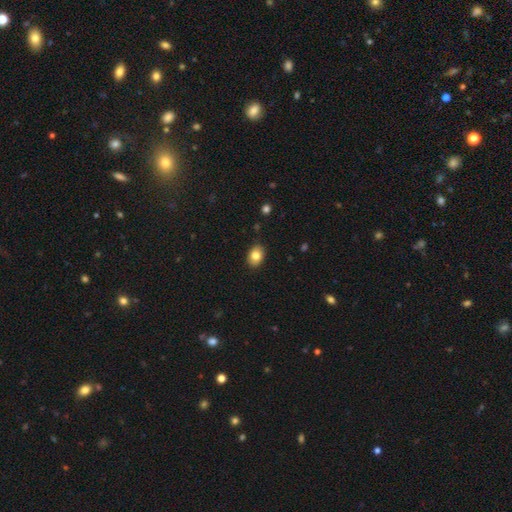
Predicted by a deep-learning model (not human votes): This is clearly a smooth galaxy (83%). How rounded: likely in between (73%). Merging: clearly none (87%).